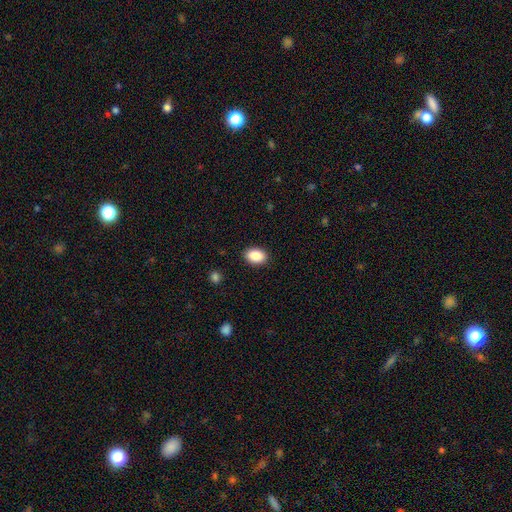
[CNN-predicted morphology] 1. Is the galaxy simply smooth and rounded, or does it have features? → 89% smooth, 7% star or artifact, 4% featured or disk.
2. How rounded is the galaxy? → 87% in between, 12% round, 1% cigar-shaped.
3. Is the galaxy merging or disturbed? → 89% none, 8% minor disturbance, 2% major disturbance, 1% merger.